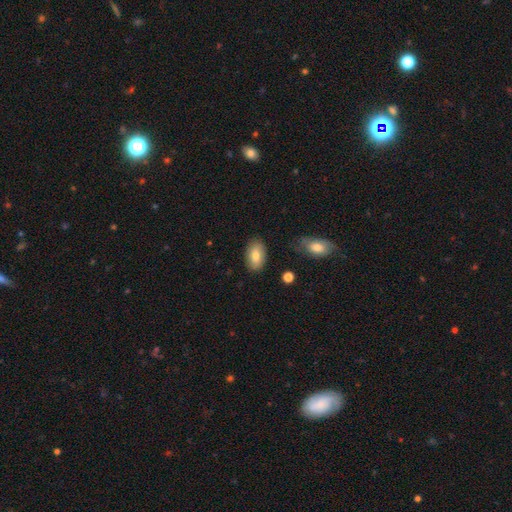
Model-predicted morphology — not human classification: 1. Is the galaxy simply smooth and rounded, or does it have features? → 78% smooth, 15% featured or disk, 7% star or artifact.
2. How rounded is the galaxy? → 93% in between, 5% round, 2% cigar-shaped.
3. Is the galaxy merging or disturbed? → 84% none, 12% minor disturbance, 3% major disturbance, 2% merger.